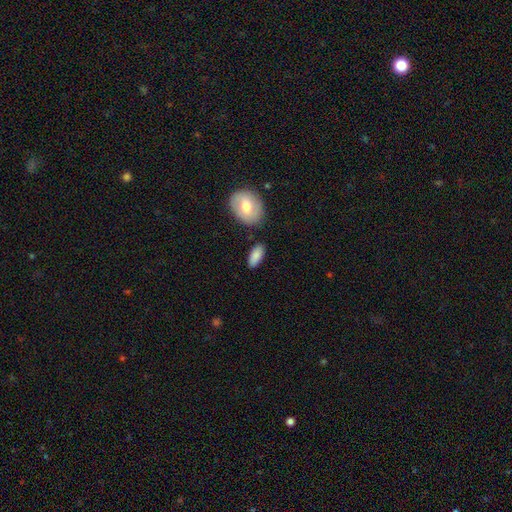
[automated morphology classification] Q: Smooth or featured?
A: smooth (85%); runner-up: featured or disk (9%)
Q: How rounded?
A: in between (88%); runner-up: cigar-shaped (9%)
Q: Merging?
A: none (79%); runner-up: minor disturbance (13%)